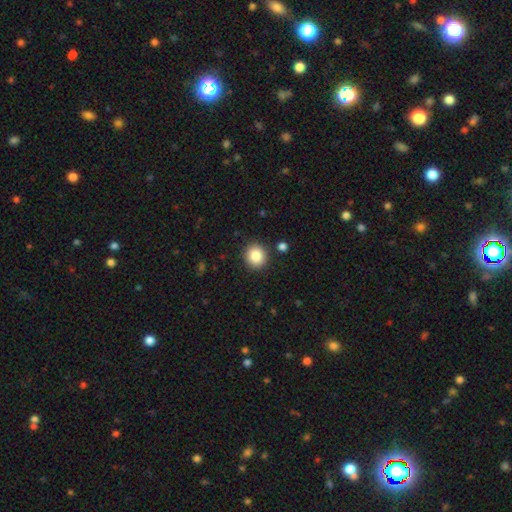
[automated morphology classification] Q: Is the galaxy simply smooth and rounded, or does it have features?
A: smooth — 85%.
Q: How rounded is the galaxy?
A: round — 88%.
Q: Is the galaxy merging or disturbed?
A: none — 89%.